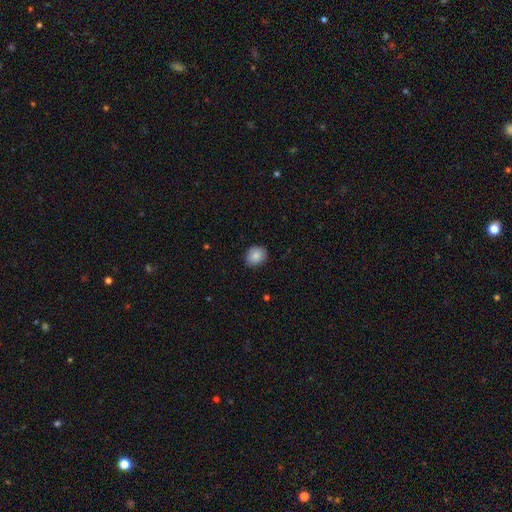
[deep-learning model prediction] Smooth or featured? smooth (86%)
How rounded? round (63%)
Merging? none (86%)